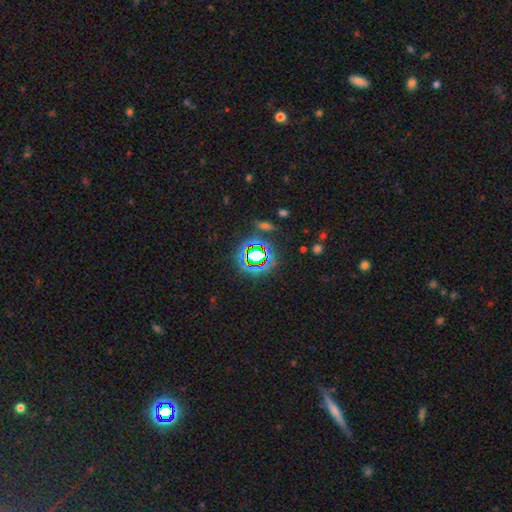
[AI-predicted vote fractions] star or artifact 65%, smooth 24%, featured or disk 11%.